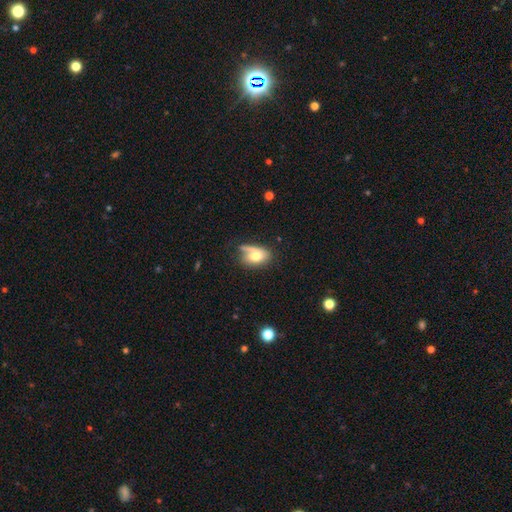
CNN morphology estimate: The model was most divided on "merging": none: 41%, minor disturbance: 24%, major disturbance: 21%, merger: 14%. More confident: how rounded — in between (82%); smooth or featured — smooth (66%).